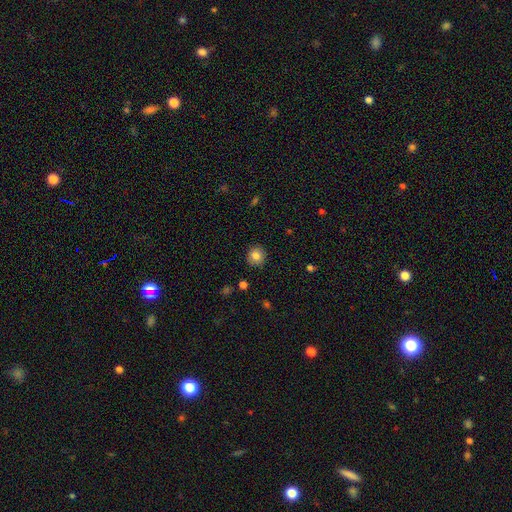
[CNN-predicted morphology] type=smooth (82%); roundness=round (90%); merging=none (90%).